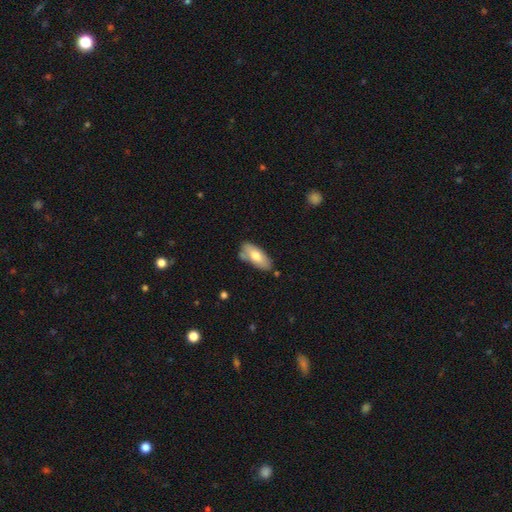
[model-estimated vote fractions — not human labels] smooth_or_featured: smooth (p=0.71) [alt: featured or disk p=0.24]
how_rounded: in between (p=0.86) [alt: cigar-shaped p=0.12]
merging: none (p=0.66) [alt: minor disturbance p=0.21]